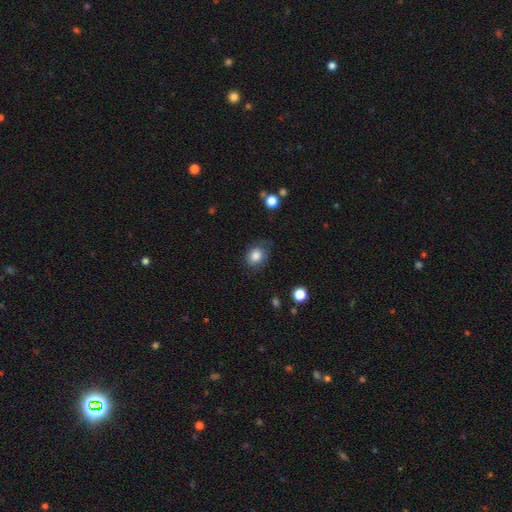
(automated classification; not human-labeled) smooth-or-featured: smooth: 83% | star or artifact: 9% | featured or disk: 8%
  how-rounded: round: 59% | in between: 41% | cigar-shaped: 1%
  merging: none: 68% | minor disturbance: 23% | major disturbance: 8% | merger: 2%